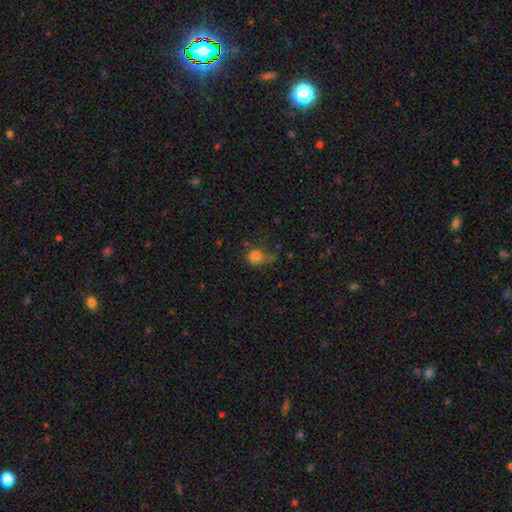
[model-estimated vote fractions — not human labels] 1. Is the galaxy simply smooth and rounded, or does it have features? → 73% smooth, 15% star or artifact, 12% featured or disk.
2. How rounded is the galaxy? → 56% round, 43% in between, 1% cigar-shaped.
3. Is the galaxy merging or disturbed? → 37% none, 29% minor disturbance, 27% major disturbance, 8% merger.